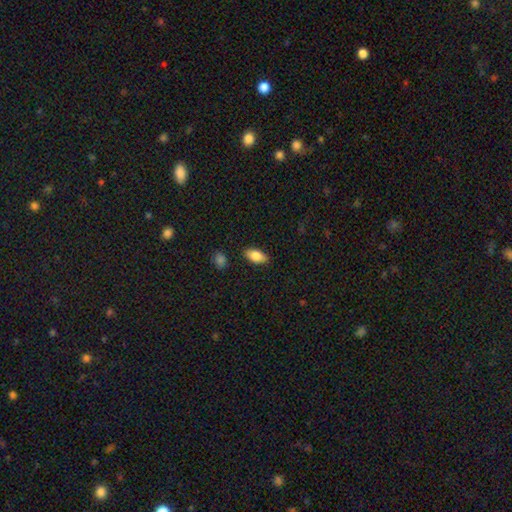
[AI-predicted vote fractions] Q: Smooth or featured?
A: smooth (82%); runner-up: featured or disk (11%)
Q: How rounded?
A: in between (90%); runner-up: cigar-shaped (6%)
Q: Merging?
A: none (87%); runner-up: minor disturbance (9%)